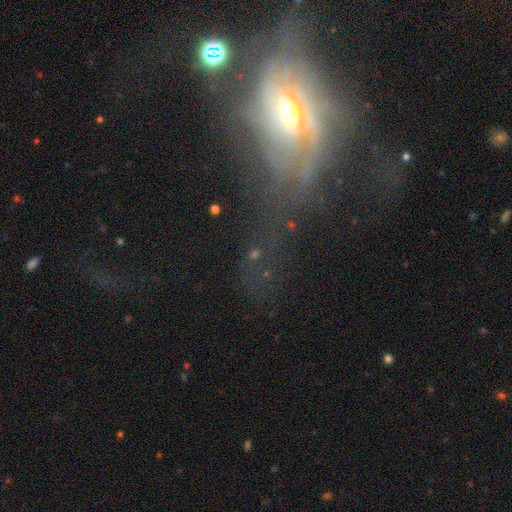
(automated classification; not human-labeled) This is possibly a featured or disk galaxy (49%). Merging: marginally none (40%).